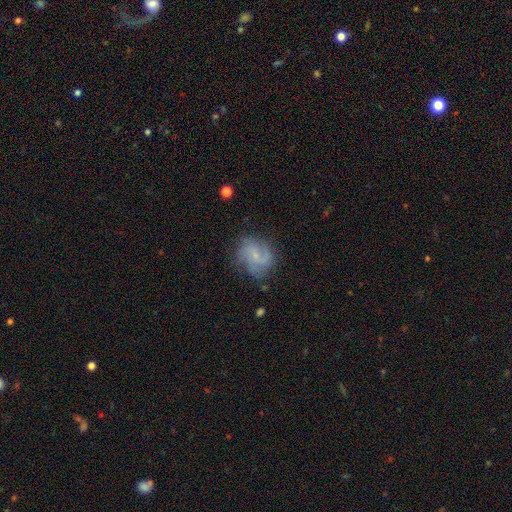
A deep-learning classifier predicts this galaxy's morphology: Overall: featured or disk (68%). Edge-on disk: no (98%). Bar: no (69%). Spiral arms: yes (91%). Spiral arm count: 3 (29%; 2 28%). Spiral winding: medium (46%; tight 28%). Bulge size: small (73%). Merging: none (68%).